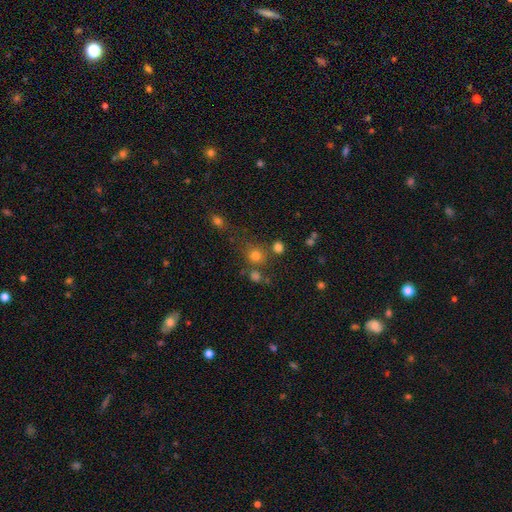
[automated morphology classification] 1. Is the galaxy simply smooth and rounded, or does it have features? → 73% smooth, 19% star or artifact, 8% featured or disk.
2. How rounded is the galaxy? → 88% round, 11% in between, 1% cigar-shaped.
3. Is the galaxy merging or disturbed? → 68% none, 16% merger, 10% minor disturbance, 5% major disturbance.